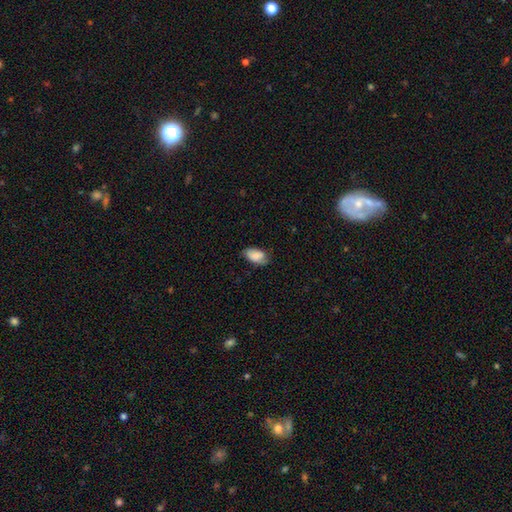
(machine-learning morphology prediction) Smooth or featured? smooth (81%)
How rounded? in between (93%)
Merging? none (62%)